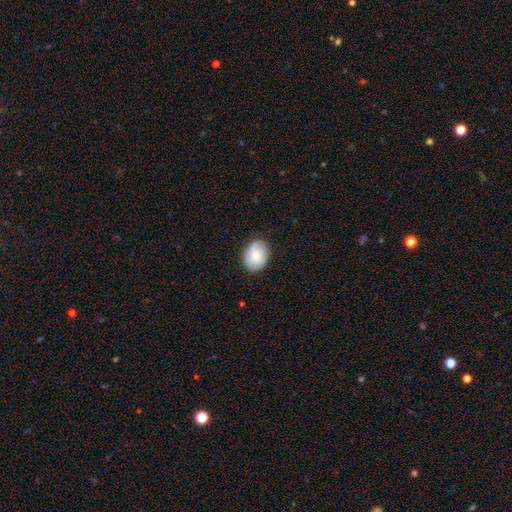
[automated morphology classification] type=smooth (64%); roundness=in between (52%); merging=none (74%).